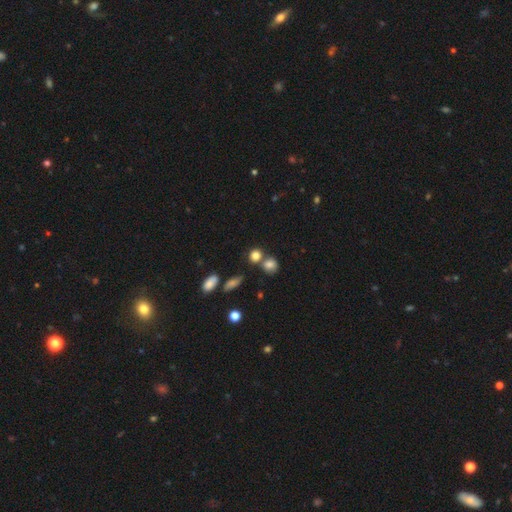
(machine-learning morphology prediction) Smooth or featured? smooth (81%)
How rounded? round (76%)
Merging? none (60%)